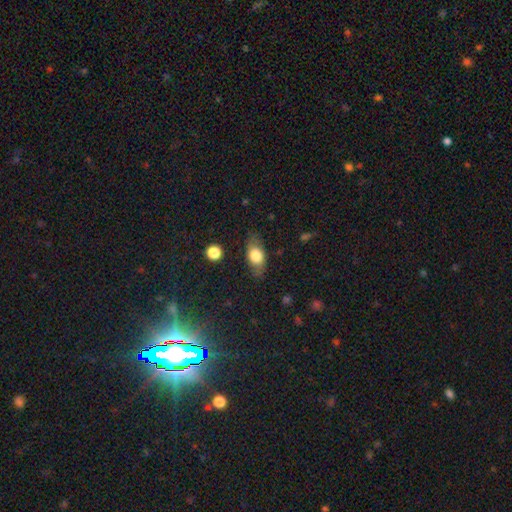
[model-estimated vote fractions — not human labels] Smooth or featured? Predicted: smooth (p=0.74). How rounded? Predicted: in between (p=0.84). Merging? Predicted: none (p=0.76).